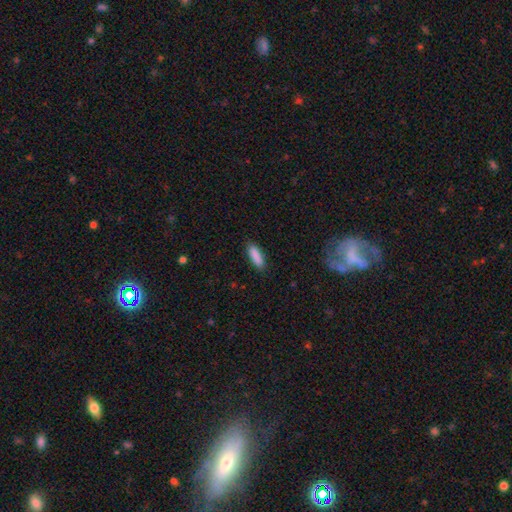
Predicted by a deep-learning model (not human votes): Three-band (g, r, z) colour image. It shows a smooth galaxy with no disk features (89%) that is cigar-shaped (51%). Merging: none (87%).